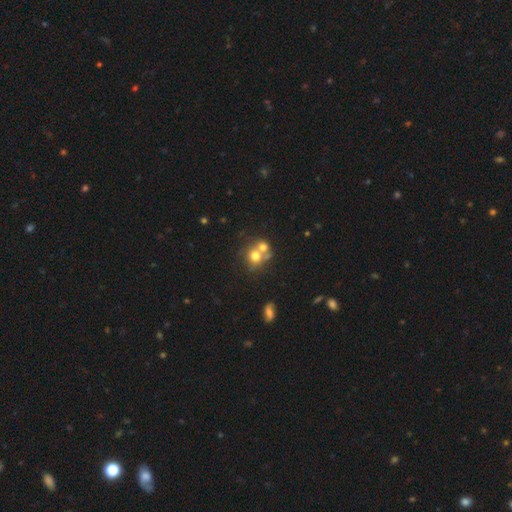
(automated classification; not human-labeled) A smooth galaxy with no disk features (68%) that is round (78%).

Vote fractions:
- Smooth or featured? smooth: 68% / featured or disk: 19% / star or artifact: 12%
- How rounded? round: 78% / in between: 21% / cigar-shaped: 1%
- Merging? merger: 51% / none: 36% / minor disturbance: 8% / major disturbance: 4%